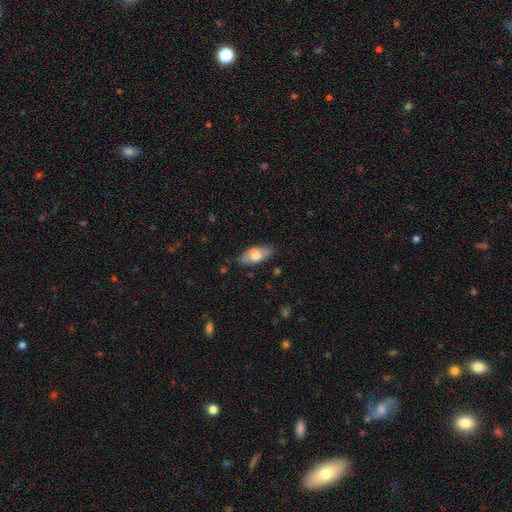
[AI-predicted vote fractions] The model was most divided on "smooth or featured": smooth: 66%, featured or disk: 28%, star or artifact: 6%. More confident: how rounded — in between (90%); merging — none (79%).